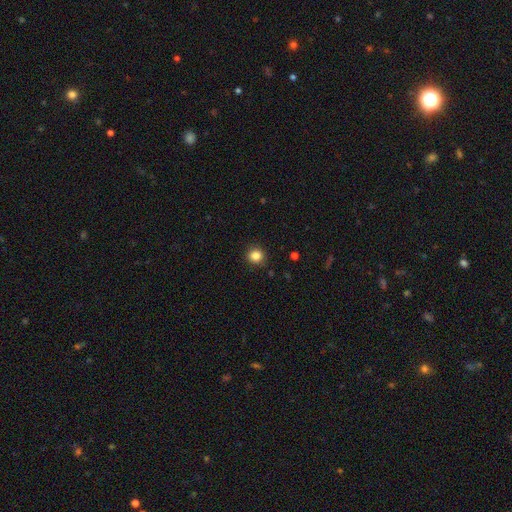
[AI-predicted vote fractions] This is clearly a smooth galaxy (85%). How rounded: clearly round (88%). Merging: clearly none (90%).